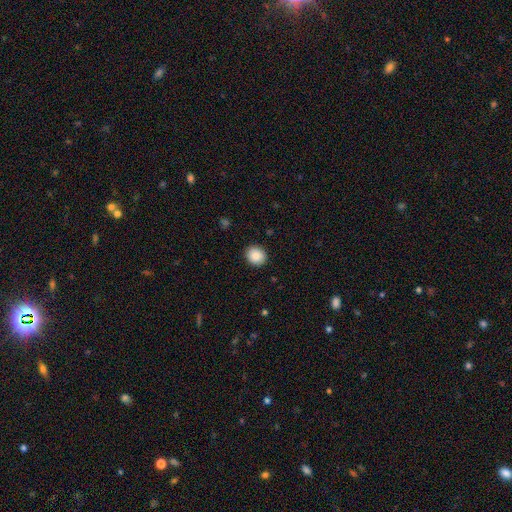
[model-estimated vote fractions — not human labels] Smooth or featured? Predicted: smooth (p=0.89). How rounded? Predicted: round (p=0.79). Merging? Predicted: none (p=0.90).